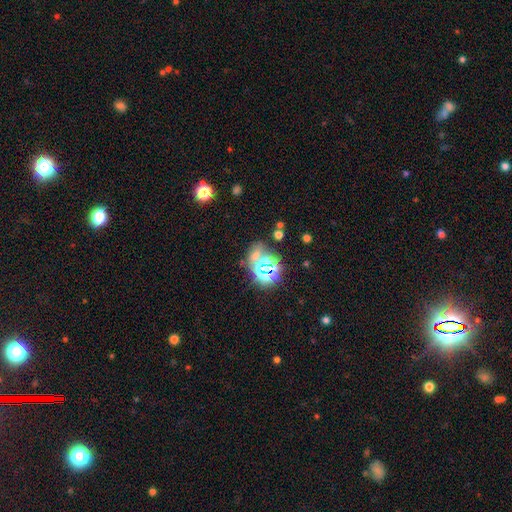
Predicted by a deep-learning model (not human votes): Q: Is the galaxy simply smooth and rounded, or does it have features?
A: star or artifact — 58%.